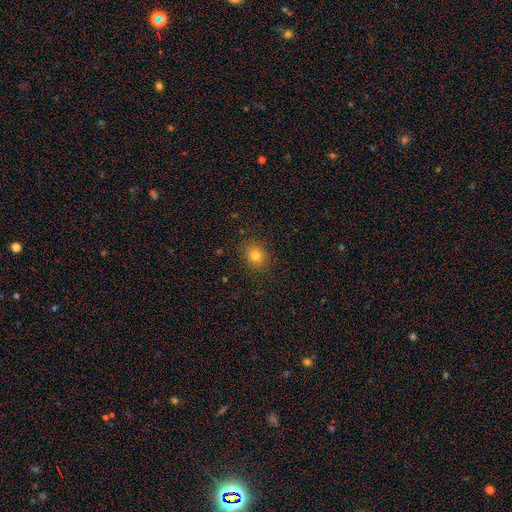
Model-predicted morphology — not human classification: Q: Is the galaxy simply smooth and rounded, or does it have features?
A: smooth — 80%.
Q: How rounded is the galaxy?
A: round — 71%.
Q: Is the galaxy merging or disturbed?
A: none — 89%.